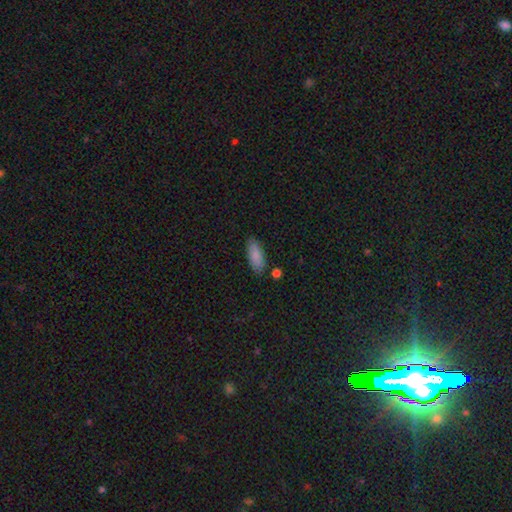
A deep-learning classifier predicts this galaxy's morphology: type=smooth (85%); roundness=in between (79%); merging=none (80%).